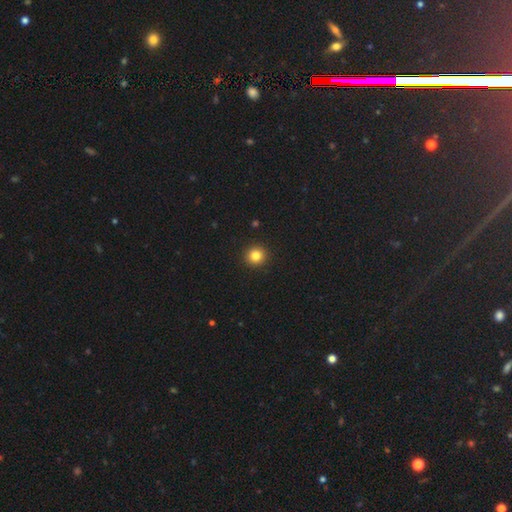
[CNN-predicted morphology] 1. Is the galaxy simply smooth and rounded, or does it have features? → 83% smooth, 12% star or artifact, 5% featured or disk.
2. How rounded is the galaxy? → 93% round, 6% in between, 1% cigar-shaped.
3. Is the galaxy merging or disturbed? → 93% none, 4% minor disturbance, 2% major disturbance, 1% merger.